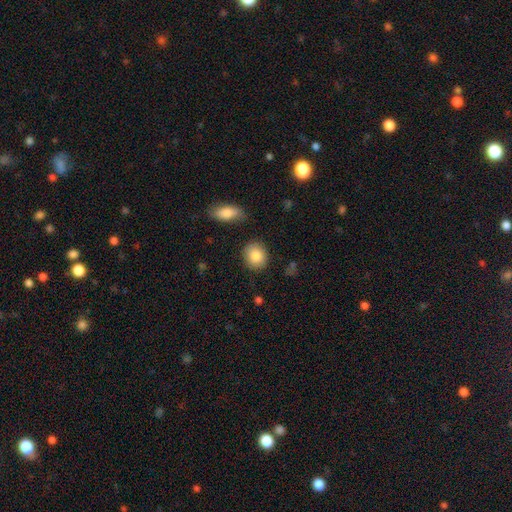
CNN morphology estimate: Smooth or featured?
  - smooth: 86% *
  - star or artifact: 7%
  - featured or disk: 7%
How rounded?
  - round: 66% *
  - in between: 33%
  - cigar-shaped: 1%
Merging?
  - none: 87% *
  - minor disturbance: 9%
  - merger: 2%
  - major disturbance: 2%